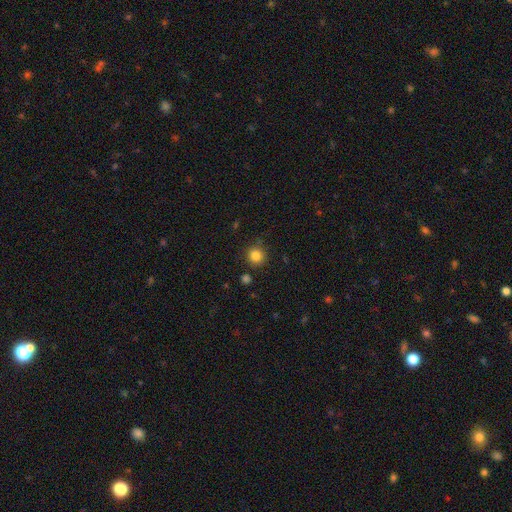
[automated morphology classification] This appears to be a smooth galaxy with no disk features (83%) that is round (94%). Merging: none (86%).